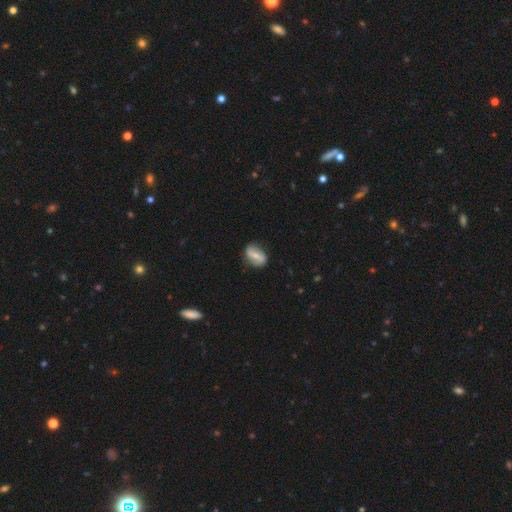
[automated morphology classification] smooth_or_featured: featured or disk (p=0.59) [alt: smooth p=0.34]
disk_edge_on: no (p=0.93) [alt: yes p=0.07]
bar: strong (p=0.53) [alt: weak p=0.30]
has_spiral_arms: yes (p=0.68) [alt: no p=0.32]
bulge_size: small (p=0.54) [alt: moderate p=0.39]
merging: none (p=0.76) [alt: minor disturbance p=0.18]